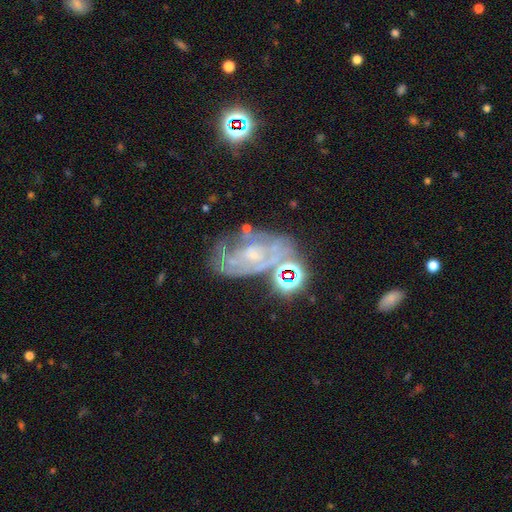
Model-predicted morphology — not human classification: Smooth or featured: featured or disk — 73% (star or artifact — 16%)
Edge-on disk: no — 96% (yes — 4%)
Bar: no — 65% (weak — 28%)
Spiral arms: yes — 86% (no — 14%)
Spiral winding: tight — 53% (medium — 35%)
Spiral arm count: can't tell — 42% (2 — 25%)
Bulge size: small — 57% (moderate — 26%)
Merging: none — 54% (minor disturbance — 21%)